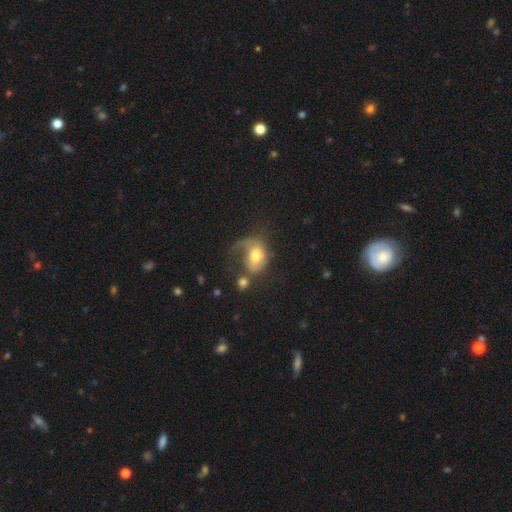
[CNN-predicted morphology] smooth 60%, featured or disk 32%, star or artifact 8%. Down the decision tree: how rounded — in between (69%); merging — major disturbance (43%).